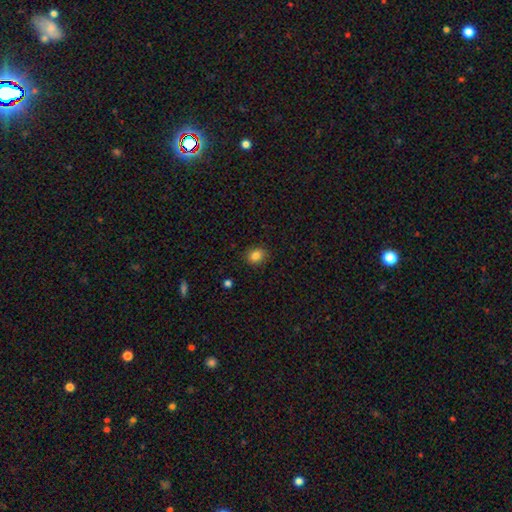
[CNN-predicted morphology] A smooth galaxy with no disk features (84%) that is round (65%).

Vote fractions:
- Smooth or featured? smooth: 84% / star or artifact: 10% / featured or disk: 6%
- How rounded? round: 65% / in between: 34% / cigar-shaped: 1%
- Merging? none: 89% / minor disturbance: 8% / major disturbance: 2% / merger: 1%